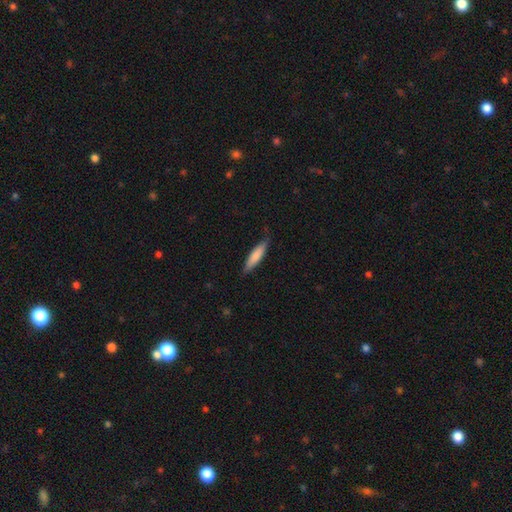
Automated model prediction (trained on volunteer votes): A smooth galaxy with no disk features (80%) that is cigar-shaped (79%).

Vote fractions:
- Smooth or featured? smooth: 80% / featured or disk: 15% / star or artifact: 5%
- How rounded? cigar-shaped: 79% / in between: 20% / round: 1%
- Merging? none: 81% / minor disturbance: 15% / major disturbance: 2% / merger: 1%